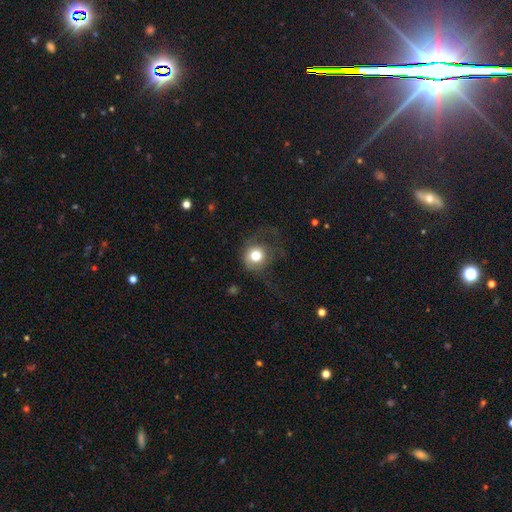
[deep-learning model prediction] A smooth galaxy with no disk features (71%) that is round (90%).

Vote fractions:
- Smooth or featured? smooth: 71% / featured or disk: 17% / star or artifact: 12%
- How rounded? round: 90% / in between: 10% / cigar-shaped: 1%
- Merging? none: 51% / major disturbance: 29% / minor disturbance: 19% / merger: 2%